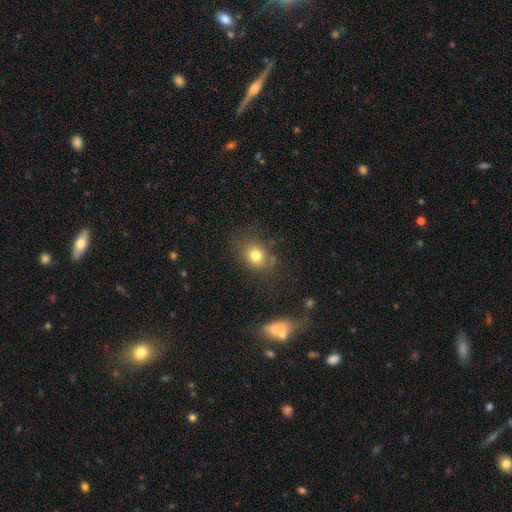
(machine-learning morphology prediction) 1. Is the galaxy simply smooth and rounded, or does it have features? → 77% smooth, 13% star or artifact, 10% featured or disk.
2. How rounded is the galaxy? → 60% round, 39% in between, 1% cigar-shaped.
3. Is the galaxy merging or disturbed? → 74% none, 15% minor disturbance, 7% major disturbance, 4% merger.